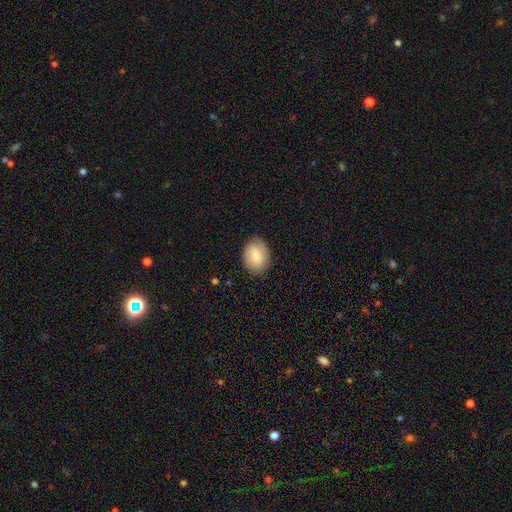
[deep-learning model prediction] A smooth galaxy with no disk features (74%) that is in between round and cigar-shaped (68%).

Vote fractions:
- Smooth or featured? smooth: 74% / featured or disk: 20% / star or artifact: 7%
- How rounded? in between: 68% / round: 31% / cigar-shaped: 1%
- Merging? none: 83% / minor disturbance: 13% / major disturbance: 3% / merger: 1%